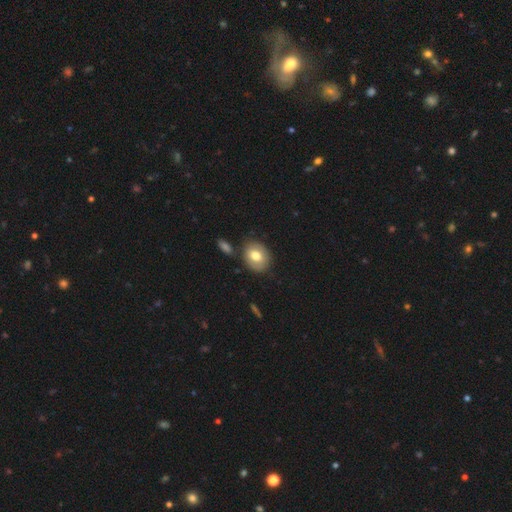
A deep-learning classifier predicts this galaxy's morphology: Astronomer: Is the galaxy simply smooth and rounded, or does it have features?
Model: smooth — 72%.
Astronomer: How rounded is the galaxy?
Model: in between — 50% (runner-up: round, 49%).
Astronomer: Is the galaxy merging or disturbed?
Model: none — 77%.